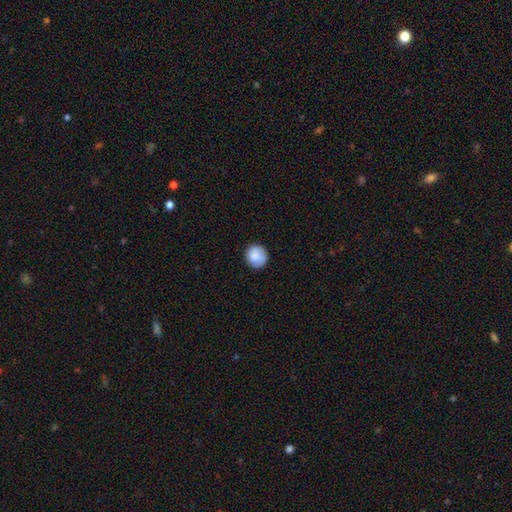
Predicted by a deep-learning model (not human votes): This appears to be a smooth galaxy with no disk features (86%) that is round (90%). Merging: none (84%).